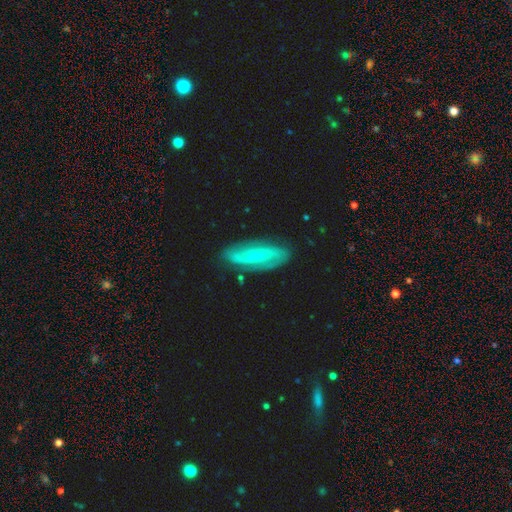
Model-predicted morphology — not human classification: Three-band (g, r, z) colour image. It shows a featured or disk galaxy (73%) with a weak bar (41%), 2 (81%) loose (46%) spiral arms (89%) and a small central bulge (71%). Merging: none (78%).